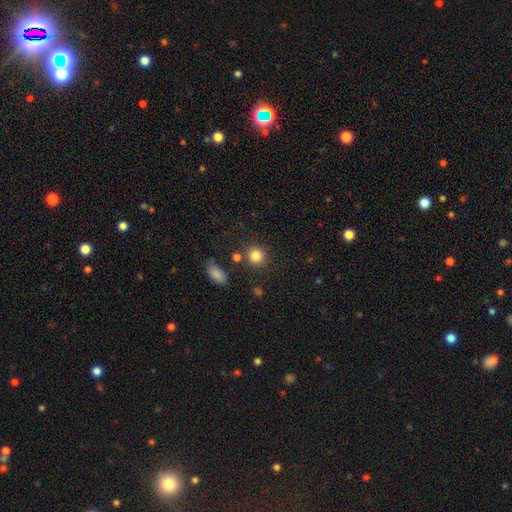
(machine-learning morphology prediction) A smooth galaxy with no disk features (84%) that is round (86%). Merging: none (82%).